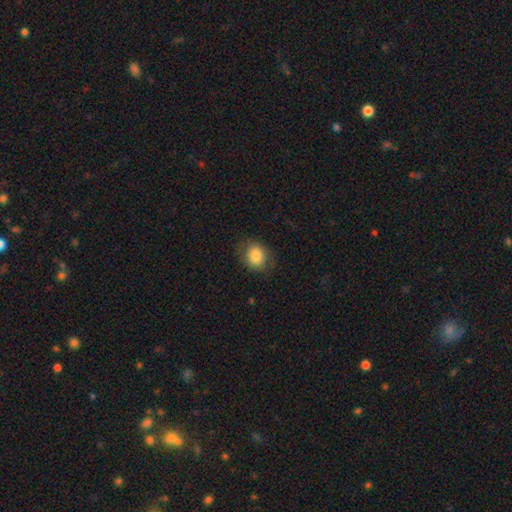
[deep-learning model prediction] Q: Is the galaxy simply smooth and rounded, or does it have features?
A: smooth — 82%.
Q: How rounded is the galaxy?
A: round — 59%.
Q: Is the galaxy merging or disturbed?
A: none — 78%.